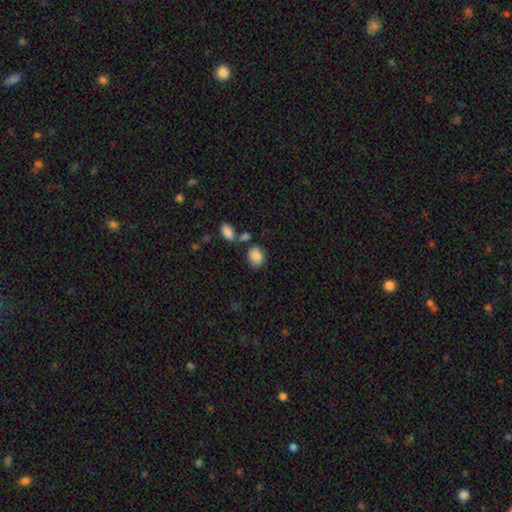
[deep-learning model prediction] smooth_or_featured: smooth (p=0.87) [alt: star or artifact p=0.08]
how_rounded: in between (p=0.59) [alt: round p=0.40]
merging: none (p=0.64) [alt: minor disturbance p=0.16]